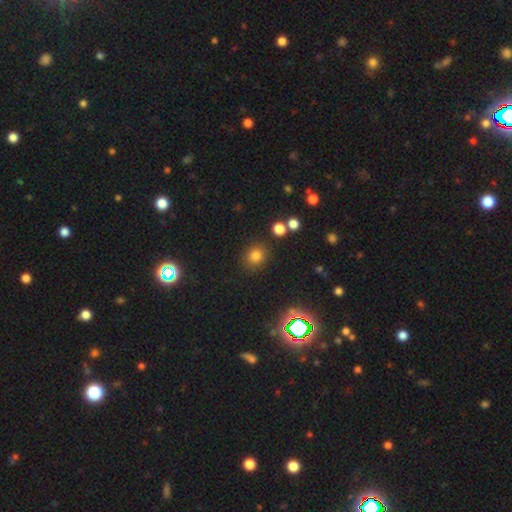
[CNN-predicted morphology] type=smooth (76%); roundness=round (82%); merging=none (84%).